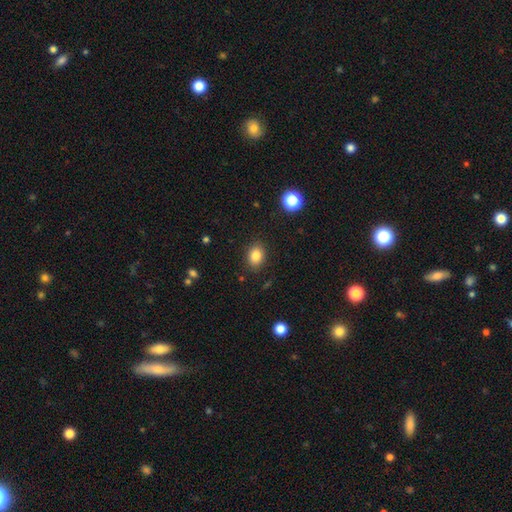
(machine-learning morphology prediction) Smooth or featured: smooth — 84% (star or artifact — 10%)
How rounded: in between — 62% (round — 37%)
Merging: none — 87% (minor disturbance — 9%)